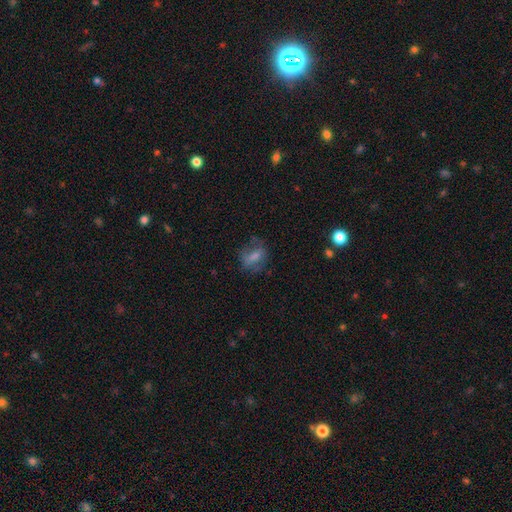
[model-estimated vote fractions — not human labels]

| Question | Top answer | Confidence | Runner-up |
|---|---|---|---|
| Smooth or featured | smooth | 52% | featured or disk (34%) |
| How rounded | in between | 59% | round (34%) |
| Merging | none | 62% | minor disturbance (21%) |